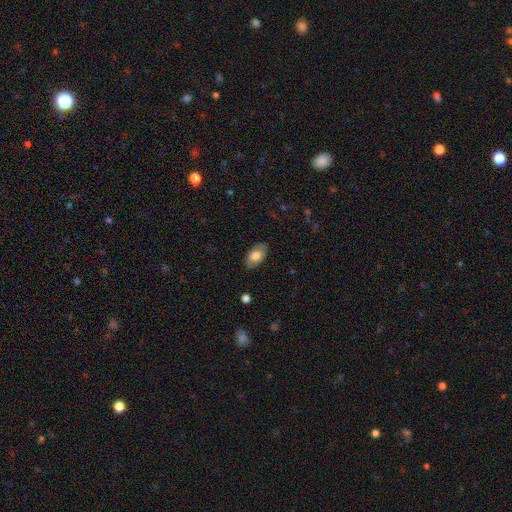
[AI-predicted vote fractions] The model was most divided on "smooth or featured": smooth: 76%, featured or disk: 18%, star or artifact: 6%. More confident: how rounded — in between (94%); merging — none (86%).